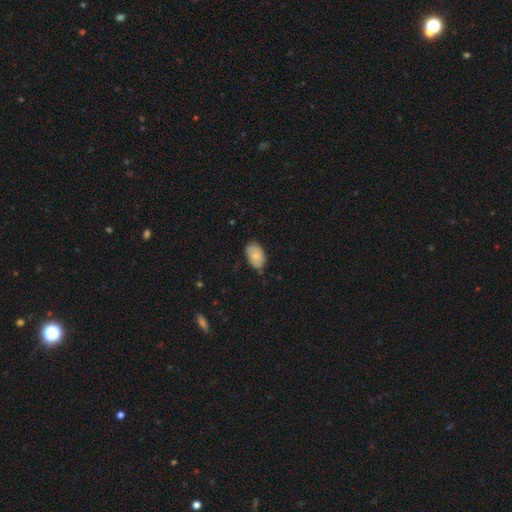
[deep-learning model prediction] Q: Smooth or featured?
A: smooth (76%); runner-up: featured or disk (18%)
Q: How rounded?
A: in between (89%); runner-up: round (9%)
Q: Merging?
A: none (66%); runner-up: minor disturbance (29%)